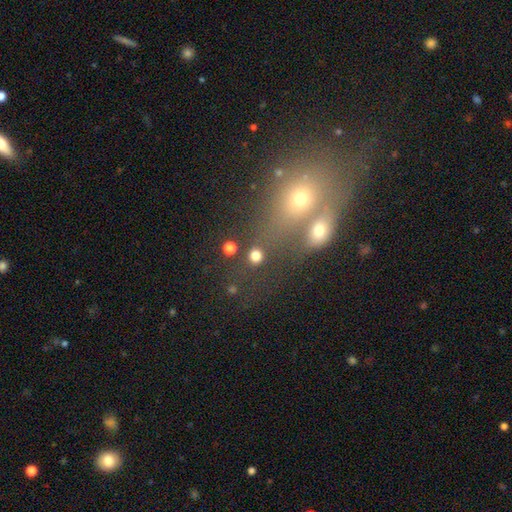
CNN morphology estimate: smooth 81%, star or artifact 14%, featured or disk 5%. Down the decision tree: how rounded — round (89%); merging — none (81%).